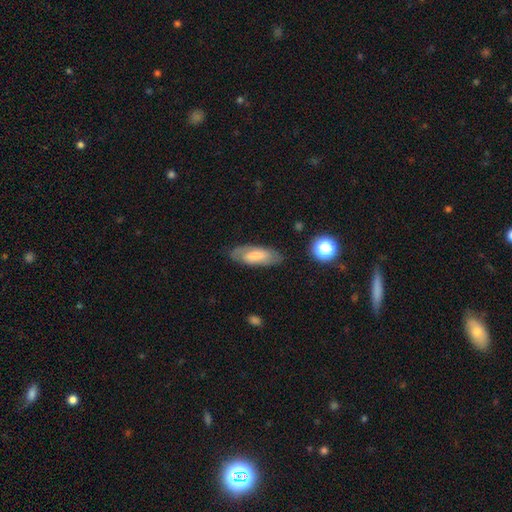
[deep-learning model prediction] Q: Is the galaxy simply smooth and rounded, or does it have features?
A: smooth — 56%.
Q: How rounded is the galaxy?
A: in between — 76%.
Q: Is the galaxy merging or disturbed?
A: none — 78%.